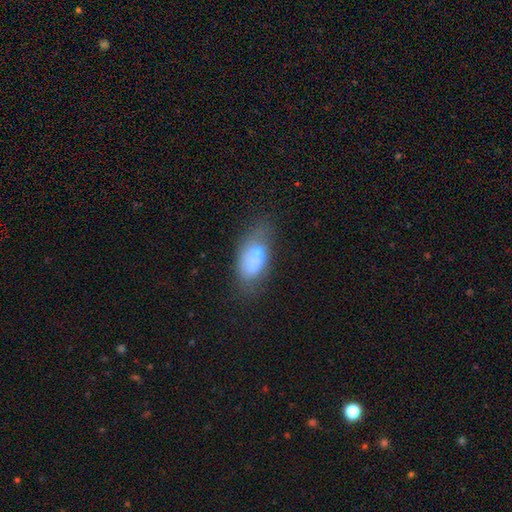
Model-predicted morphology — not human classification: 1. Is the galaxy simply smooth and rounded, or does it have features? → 58% smooth, 32% featured or disk, 11% star or artifact.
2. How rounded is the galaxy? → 83% in between, 11% round, 6% cigar-shaped.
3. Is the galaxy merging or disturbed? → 36% merger, 33% none, 19% minor disturbance, 12% major disturbance.